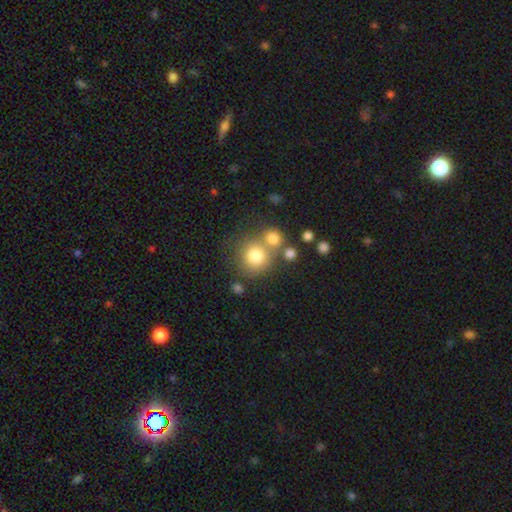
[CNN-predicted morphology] A smooth galaxy with no disk features (78%) that is round (89%).

Vote fractions:
- Smooth or featured? smooth: 78% / star or artifact: 12% / featured or disk: 10%
- How rounded? round: 89% / in between: 10% / cigar-shaped: 1%
- Merging? none: 58% / merger: 27% / minor disturbance: 10% / major disturbance: 5%